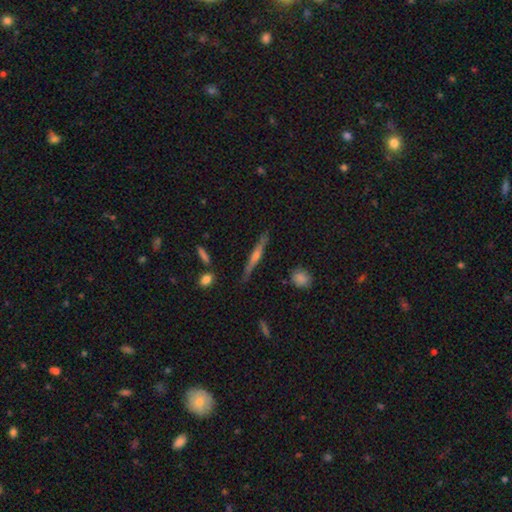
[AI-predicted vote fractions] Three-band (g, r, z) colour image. It shows a featured or disk galaxy (62%) viewed edge-on (97%) with a rounded central bulge (69%). Merging: none (85%).